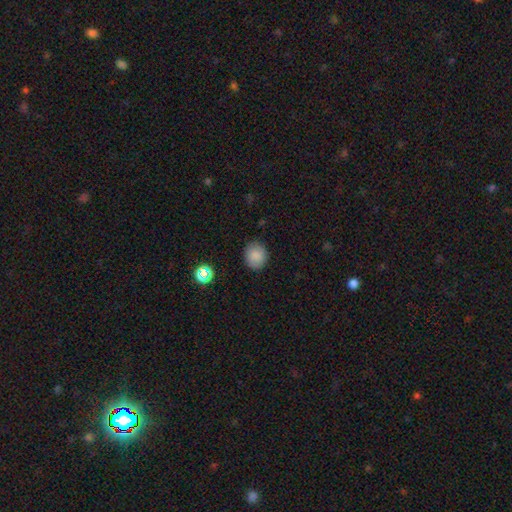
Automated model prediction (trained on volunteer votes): Smooth or featured? Predicted: smooth (p=0.85). How rounded? Predicted: round (p=0.69). Merging? Predicted: none (p=0.86).